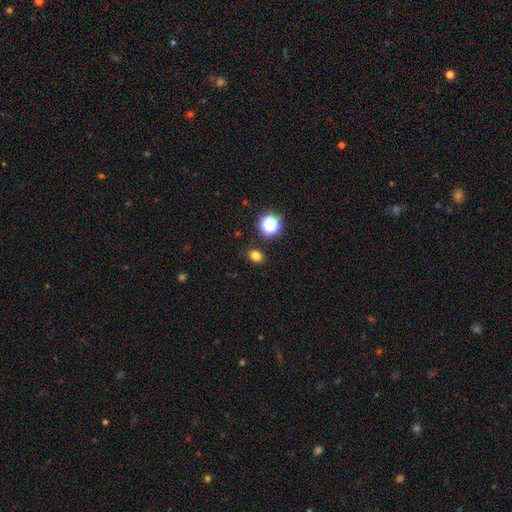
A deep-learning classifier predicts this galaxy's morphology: Overall: smooth (78%). How rounded: in between (55%; round 44%). Merging: none (87%).